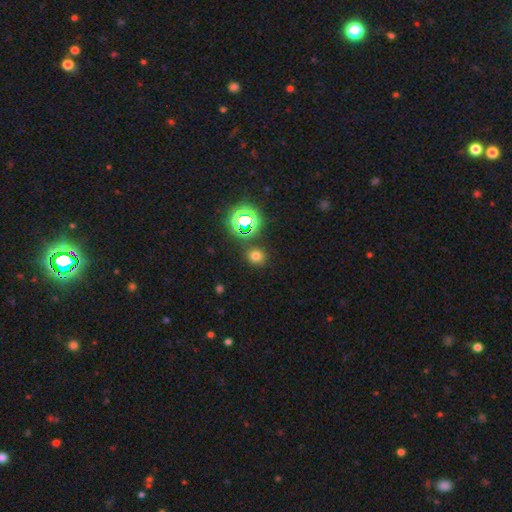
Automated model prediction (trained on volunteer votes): smooth_or_featured: smooth (p=0.67) [alt: star or artifact p=0.27]
how_rounded: round (p=0.83) [alt: in between p=0.16]
merging: none (p=0.84) [alt: minor disturbance p=0.09]